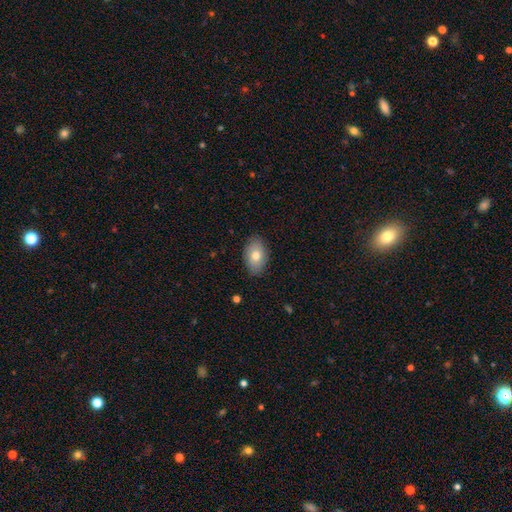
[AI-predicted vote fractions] Smooth or featured: smooth — 76% (featured or disk — 17%)
How rounded: in between — 90% (round — 9%)
Merging: none — 86% (minor disturbance — 10%)